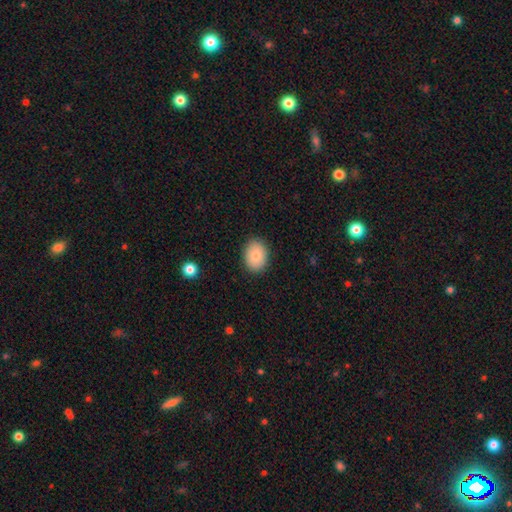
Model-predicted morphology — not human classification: Overall: smooth (86%). How rounded: in between (68%; round 32%). Merging: none (89%).